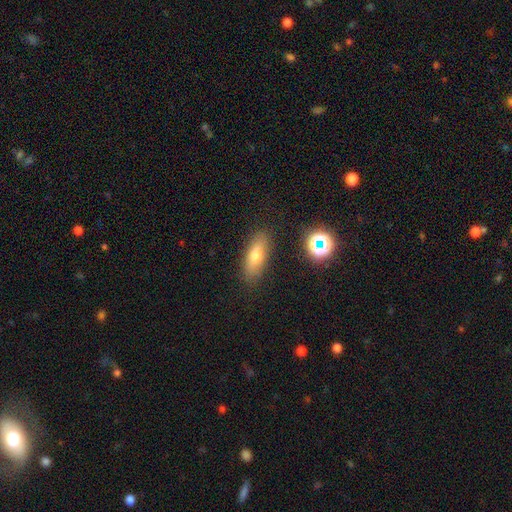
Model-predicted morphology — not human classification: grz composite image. It shows a smooth galaxy with no disk features (67%) that is in between round and cigar-shaped (62%). Merging: none (85%).